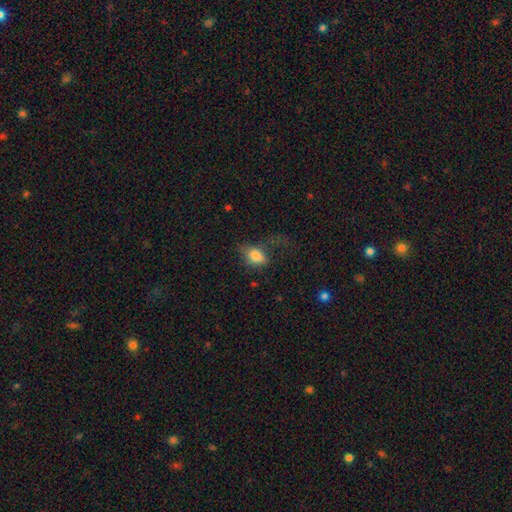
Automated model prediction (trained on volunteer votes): Smooth or featured: smooth — 81% (featured or disk — 10%)
How rounded: in between — 76% (round — 22%)
Merging: none — 39% (major disturbance — 32%)